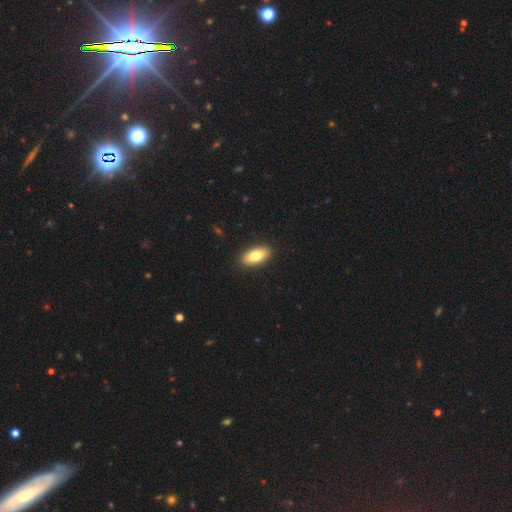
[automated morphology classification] Smooth or featured? Predicted: smooth (p=0.82). How rounded? Predicted: in between (p=0.89). Merging? Predicted: none (p=0.90).